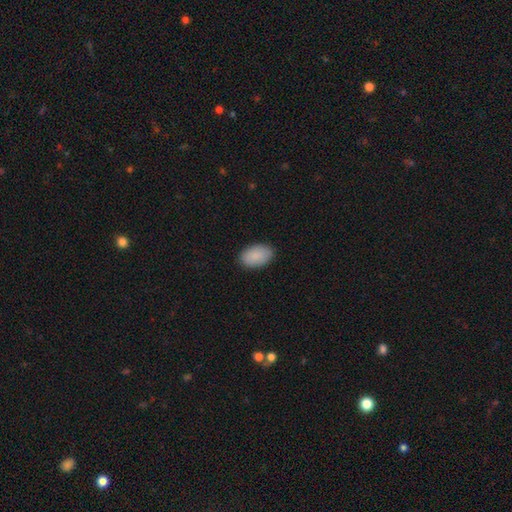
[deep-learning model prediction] Smooth or featured?
  - smooth: 90% *
  - star or artifact: 6%
  - featured or disk: 4%
How rounded?
  - in between: 92% *
  - round: 6%
  - cigar-shaped: 1%
Merging?
  - none: 87% *
  - minor disturbance: 10%
  - major disturbance: 2%
  - merger: 1%